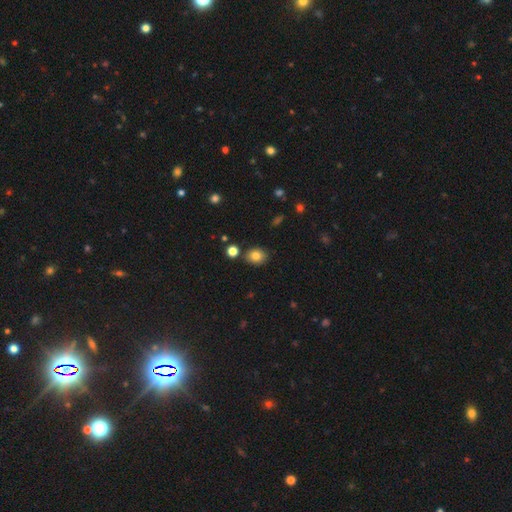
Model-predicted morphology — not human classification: Smooth or featured? smooth (82%)
How rounded? round (54%)
Merging? none (82%)